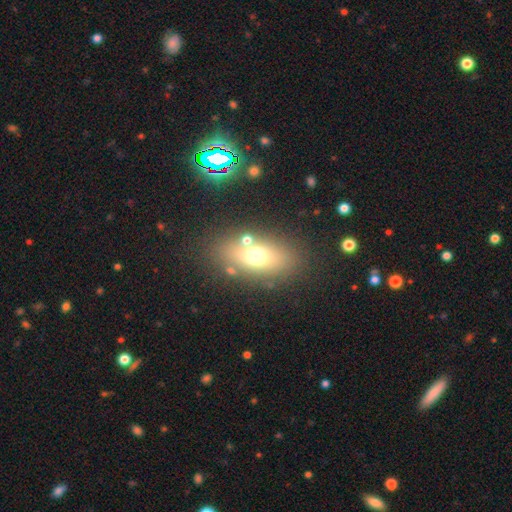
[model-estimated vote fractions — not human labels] smooth_or_featured: smooth (p=0.65) [alt: featured or disk p=0.20]
how_rounded: in between (p=0.79) [alt: round p=0.13]
merging: none (p=0.76) [alt: minor disturbance p=0.11]